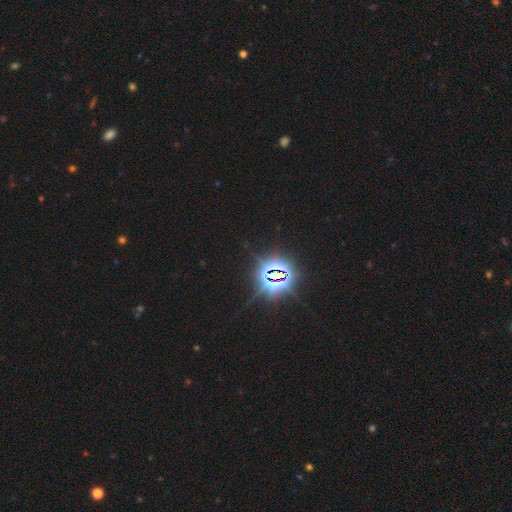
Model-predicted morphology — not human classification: Smooth or featured? Predicted: star or artifact (p=0.84).